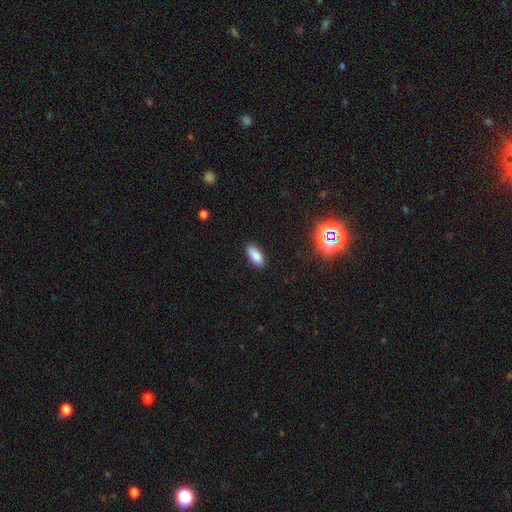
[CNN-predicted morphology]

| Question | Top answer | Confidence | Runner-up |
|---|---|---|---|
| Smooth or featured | smooth | 84% | star or artifact (10%) |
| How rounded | in between | 85% | cigar-shaped (12%) |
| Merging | none | 88% | minor disturbance (9%) |